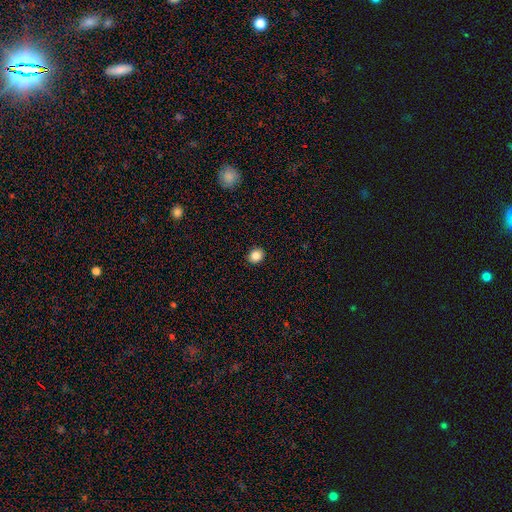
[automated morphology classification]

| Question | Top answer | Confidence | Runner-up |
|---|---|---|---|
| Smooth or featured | smooth | 86% | star or artifact (9%) |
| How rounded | round | 63% | in between (36%) |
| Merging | none | 92% | minor disturbance (6%) |